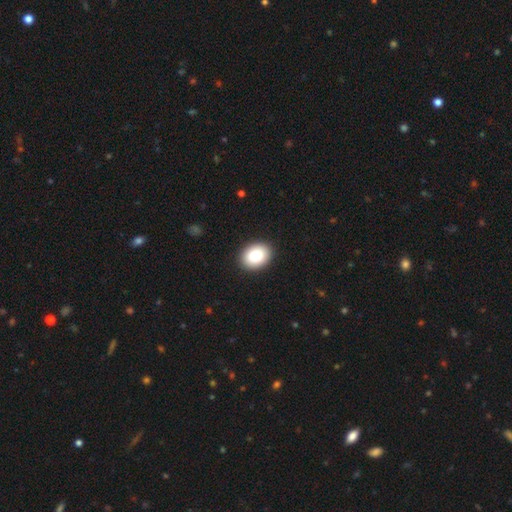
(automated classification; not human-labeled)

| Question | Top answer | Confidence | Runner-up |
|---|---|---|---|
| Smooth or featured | smooth | 83% | featured or disk (9%) |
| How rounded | in between | 66% | round (33%) |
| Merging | none | 91% | minor disturbance (6%) |